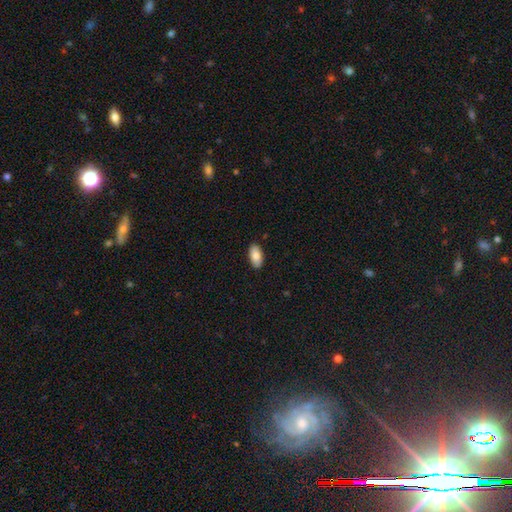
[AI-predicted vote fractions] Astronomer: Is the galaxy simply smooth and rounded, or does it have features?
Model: smooth — 84%.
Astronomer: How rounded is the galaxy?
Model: in between — 94%.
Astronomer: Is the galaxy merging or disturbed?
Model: none — 89%.